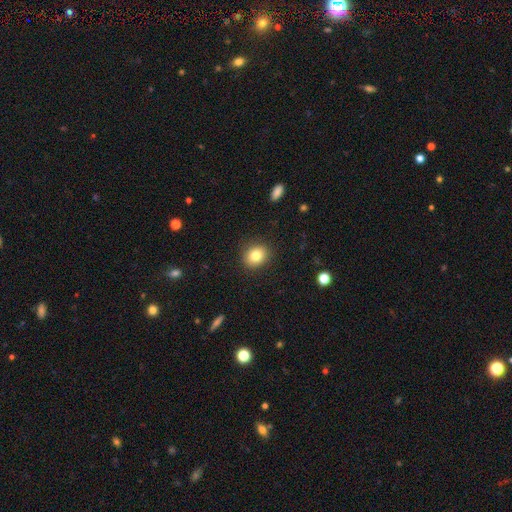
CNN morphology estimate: Smooth or featured? smooth (82%)
How rounded? round (66%)
Merging? none (89%)